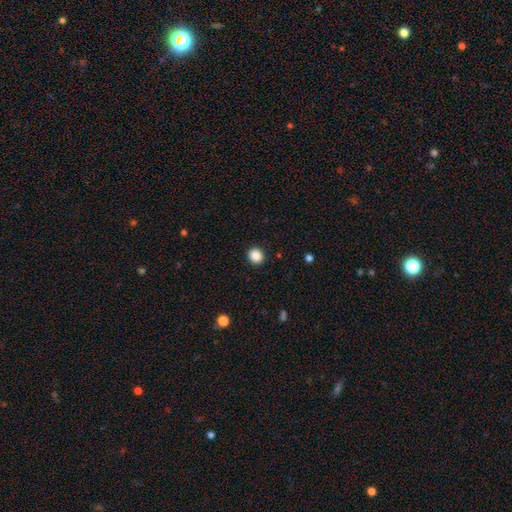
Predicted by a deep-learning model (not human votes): Q: Smooth or featured?
A: smooth (88%); runner-up: star or artifact (10%)
Q: How rounded?
A: round (85%); runner-up: in between (14%)
Q: Merging?
A: none (92%); runner-up: minor disturbance (5%)